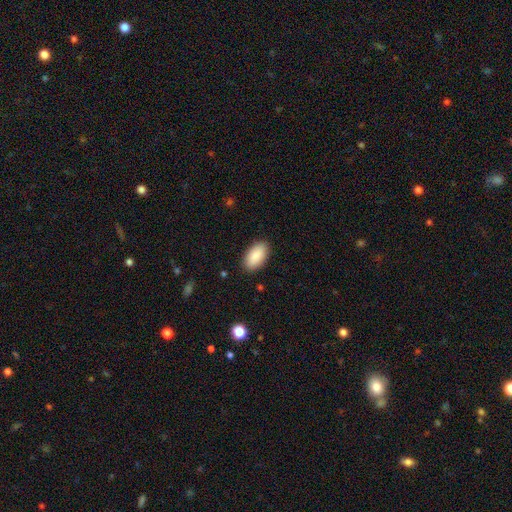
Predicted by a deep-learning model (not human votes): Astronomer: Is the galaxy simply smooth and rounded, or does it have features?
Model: smooth — 89%.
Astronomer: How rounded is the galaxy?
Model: in between — 95%.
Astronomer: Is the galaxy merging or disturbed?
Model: none — 88%.